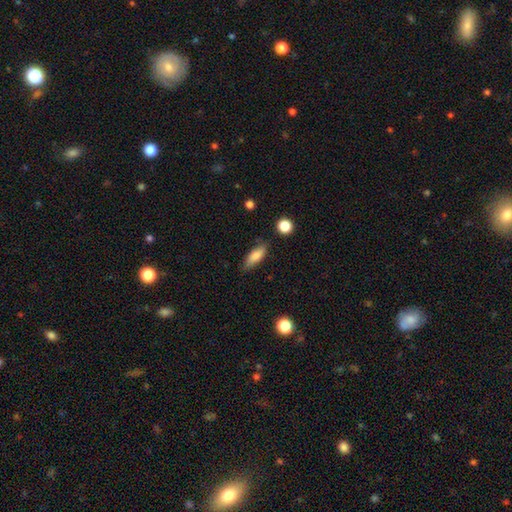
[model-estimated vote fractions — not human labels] This is likely a smooth galaxy (80%). How rounded: likely in between (63%). Merging: likely none (78%).